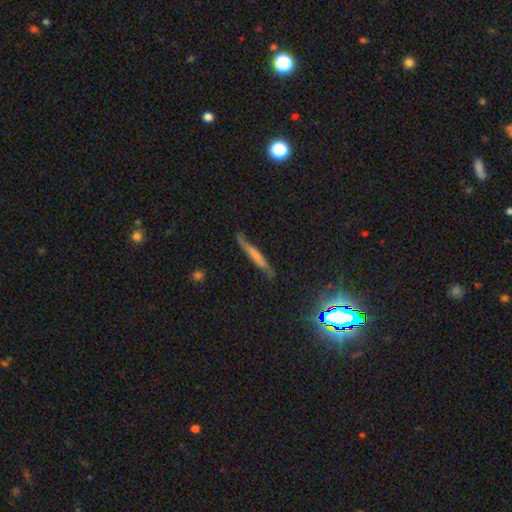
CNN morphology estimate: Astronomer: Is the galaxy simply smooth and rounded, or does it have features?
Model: smooth — 51% (runner-up: featured or disk, 39%).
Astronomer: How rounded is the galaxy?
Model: cigar-shaped — 93%.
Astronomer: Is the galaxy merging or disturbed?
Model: none — 70%.